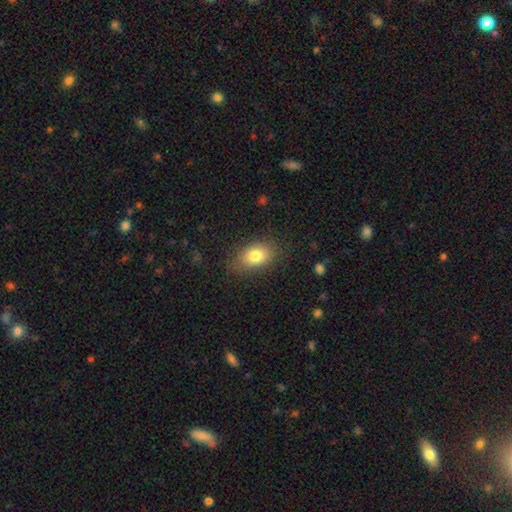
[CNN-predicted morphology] This is likely a smooth galaxy (80%). How rounded: clearly in between (83%). Merging: clearly none (81%).